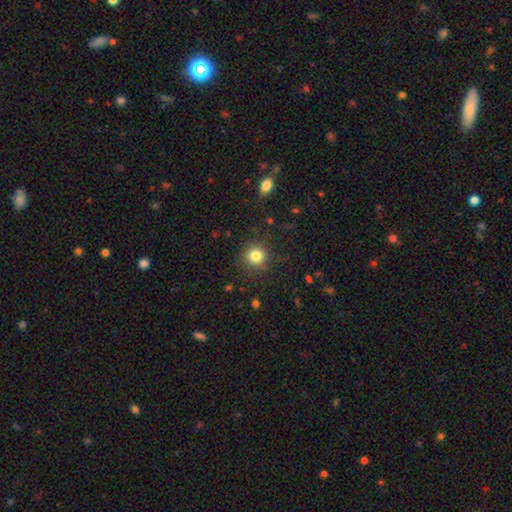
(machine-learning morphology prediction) Smooth or featured?
  - smooth: 82% *
  - star or artifact: 13%
  - featured or disk: 6%
How rounded?
  - round: 91% *
  - in between: 8%
  - cigar-shaped: 1%
Merging?
  - none: 87% *
  - minor disturbance: 9%
  - major disturbance: 3%
  - merger: 1%